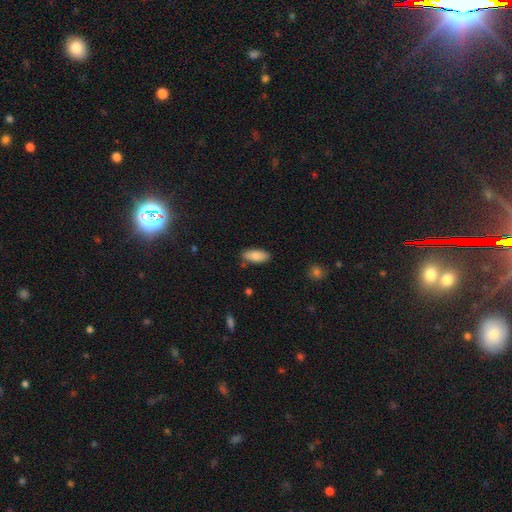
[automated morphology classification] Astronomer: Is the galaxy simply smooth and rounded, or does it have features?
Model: smooth — 86%.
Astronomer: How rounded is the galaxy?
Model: in between — 85%.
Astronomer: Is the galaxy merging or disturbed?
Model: none — 84%.